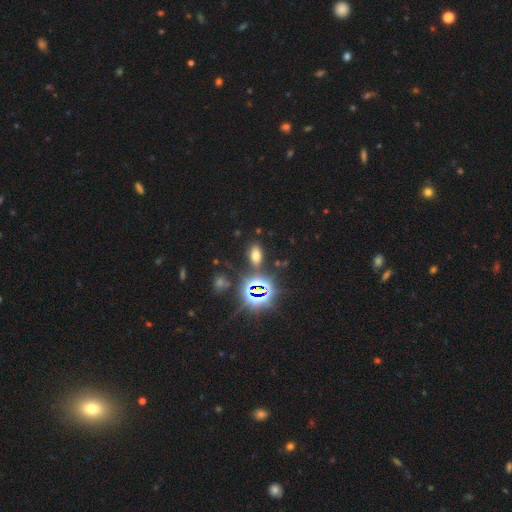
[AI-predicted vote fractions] The model was most divided on "smooth or featured": smooth: 55%, star or artifact: 36%, featured or disk: 8%. More confident: how rounded — in between (85%); merging — none (82%).